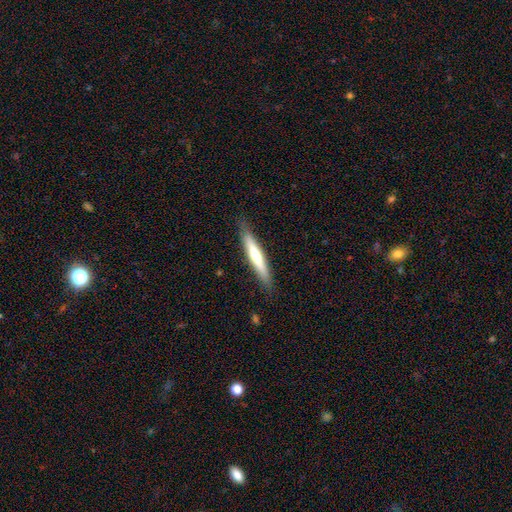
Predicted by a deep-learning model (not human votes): Smooth or featured? Predicted: smooth (p=0.53). How rounded? Predicted: cigar-shaped (p=0.92). Merging? Predicted: none (p=0.86).